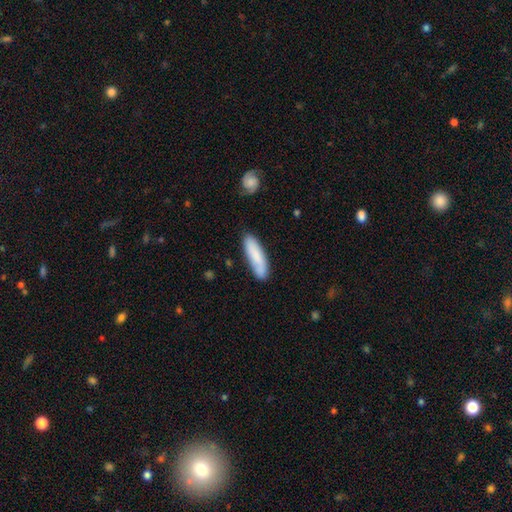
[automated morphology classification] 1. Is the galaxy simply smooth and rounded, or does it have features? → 80% smooth, 14% featured or disk, 6% star or artifact.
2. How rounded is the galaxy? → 64% cigar-shaped, 34% in between, 1% round.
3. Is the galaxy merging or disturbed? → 79% none, 15% minor disturbance, 3% merger, 3% major disturbance.